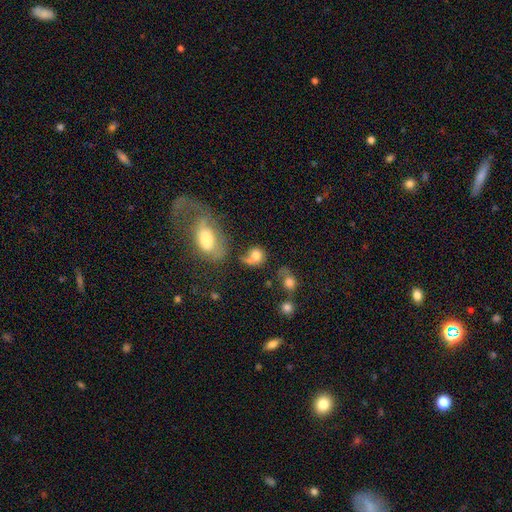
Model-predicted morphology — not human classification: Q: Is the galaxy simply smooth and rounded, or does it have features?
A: smooth — 71%.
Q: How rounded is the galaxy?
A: round — 60%.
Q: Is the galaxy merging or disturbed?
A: none — 31%.